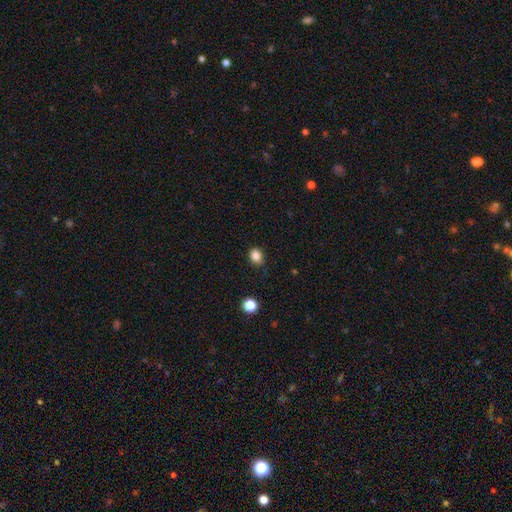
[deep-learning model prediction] smooth-or-featured: smooth: 85% | star or artifact: 12% | featured or disk: 4%
  how-rounded: round: 64% | in between: 35% | cigar-shaped: 1%
  merging: none: 79% | minor disturbance: 17% | major disturbance: 3% | merger: 2%